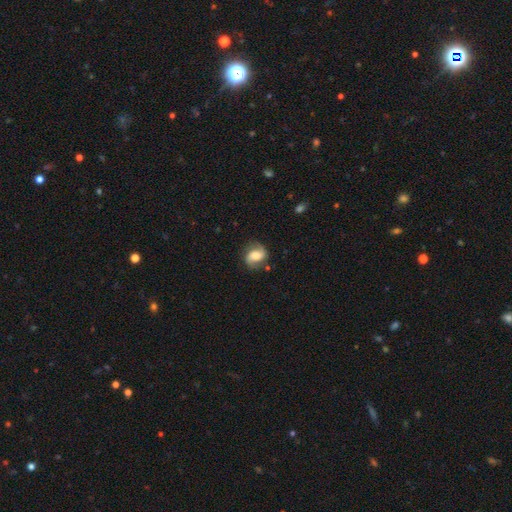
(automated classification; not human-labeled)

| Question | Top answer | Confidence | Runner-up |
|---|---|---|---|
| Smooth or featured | featured or disk | 57% | smooth (35%) |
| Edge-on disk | no | 97% | yes (3%) |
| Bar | no | 43% | weak (38%) |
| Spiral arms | yes | 88% | no (12%) |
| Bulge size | moderate | 60% | large (18%) |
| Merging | none | 76% | minor disturbance (16%) |